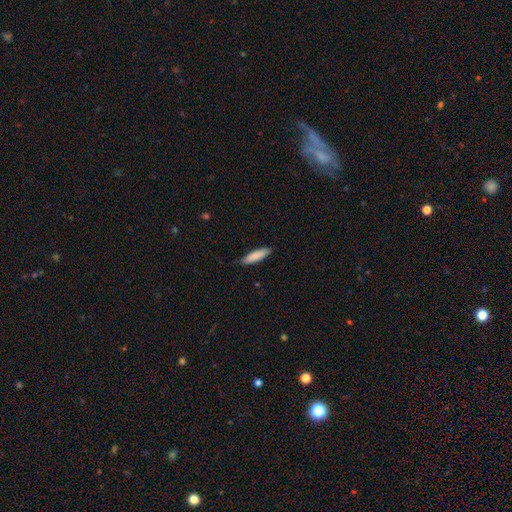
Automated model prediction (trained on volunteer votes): Smooth or featured: smooth — 86% (featured or disk — 8%)
How rounded: cigar-shaped — 66% (in between — 32%)
Merging: none — 83% (minor disturbance — 14%)